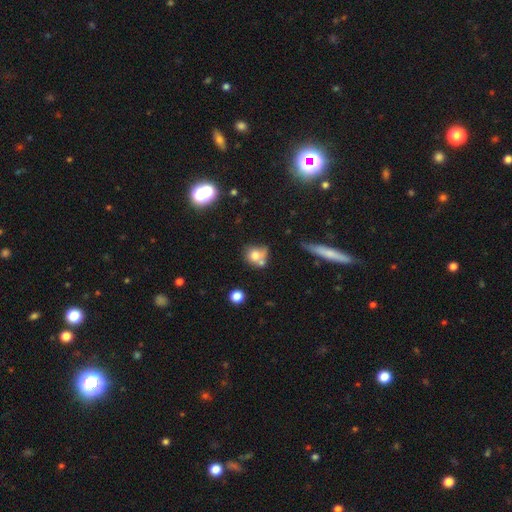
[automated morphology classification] smooth_or_featured: smooth (p=0.71) [alt: featured or disk p=0.16]
how_rounded: round (p=0.71) [alt: in between p=0.27]
merging: none (p=0.39) [alt: merger p=0.35]